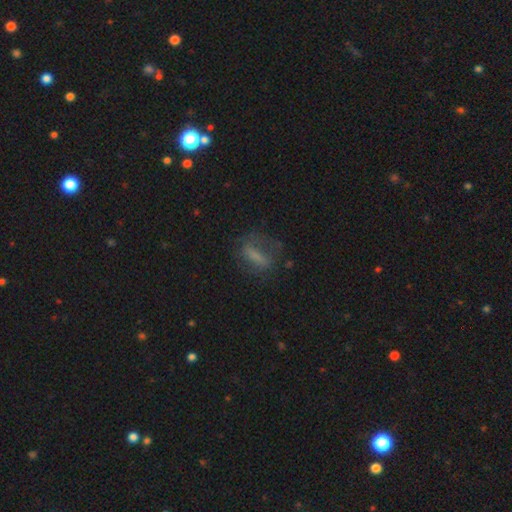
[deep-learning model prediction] smooth_or_featured: smooth (p=0.53) [alt: featured or disk p=0.32]
how_rounded: in between (p=0.49) [alt: cigar-shaped p=0.39]
merging: none (p=0.53) [alt: major disturbance p=0.23]